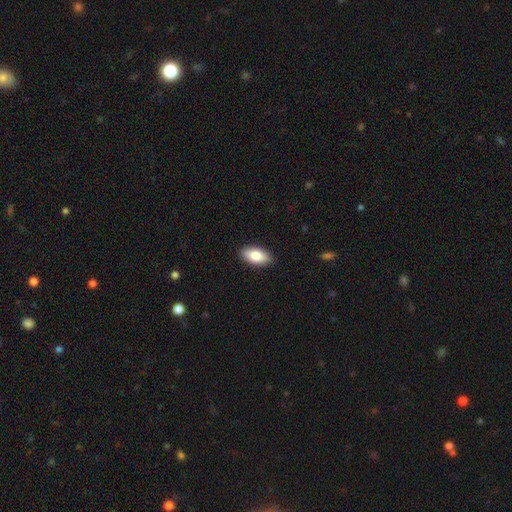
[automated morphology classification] smooth 81%, featured or disk 12%, star or artifact 6%. Down the decision tree: how rounded — in between (92%); merging — none (90%).